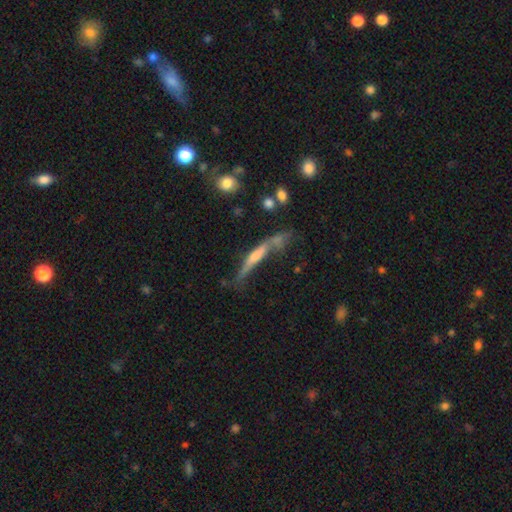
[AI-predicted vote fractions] This appears to be a featured or disk galaxy (53%) viewed edge-on (82%). Merging: none (40%).